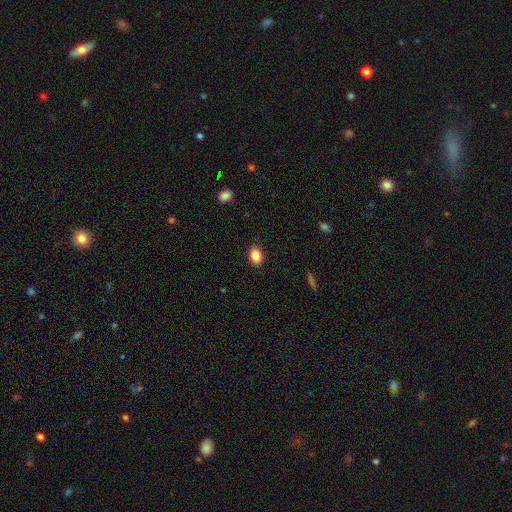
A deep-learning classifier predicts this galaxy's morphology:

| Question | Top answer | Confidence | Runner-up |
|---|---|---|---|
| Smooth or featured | smooth | 87% | star or artifact (9%) |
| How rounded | in between | 77% | round (22%) |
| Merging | none | 88% | minor disturbance (9%) |